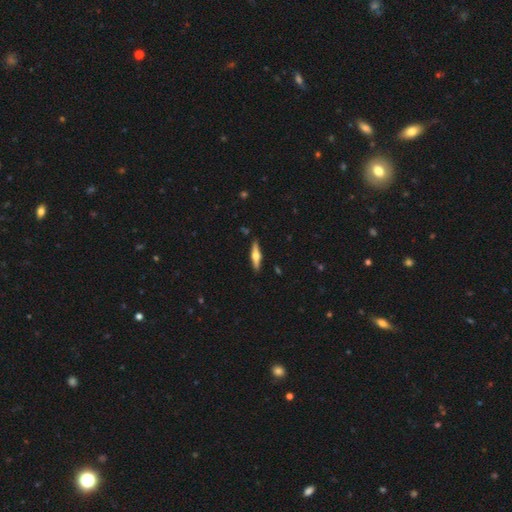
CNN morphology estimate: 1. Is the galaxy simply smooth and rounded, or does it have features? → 61% featured or disk, 33% smooth, 5% star or artifact.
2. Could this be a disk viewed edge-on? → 96% yes, 4% no.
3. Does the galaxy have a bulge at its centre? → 92% rounded, 5% boxy, 3% none.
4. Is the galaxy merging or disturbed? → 89% none, 8% minor disturbance, 2% major disturbance, 1% merger.